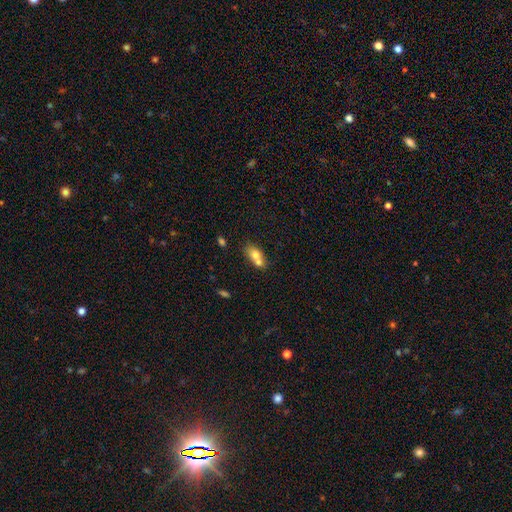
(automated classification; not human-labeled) This is likely a smooth galaxy (69%). How rounded: likely in between (69%). Merging: possibly merger (60%).